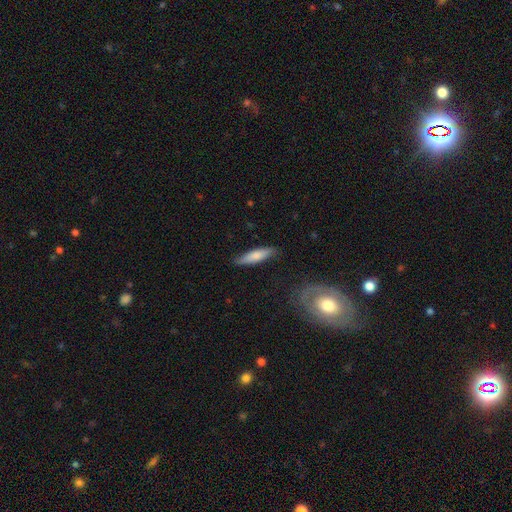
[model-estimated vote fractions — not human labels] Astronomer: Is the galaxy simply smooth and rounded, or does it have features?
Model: smooth — 74%.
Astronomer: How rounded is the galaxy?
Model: cigar-shaped — 72%.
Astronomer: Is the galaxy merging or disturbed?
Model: none — 83%.